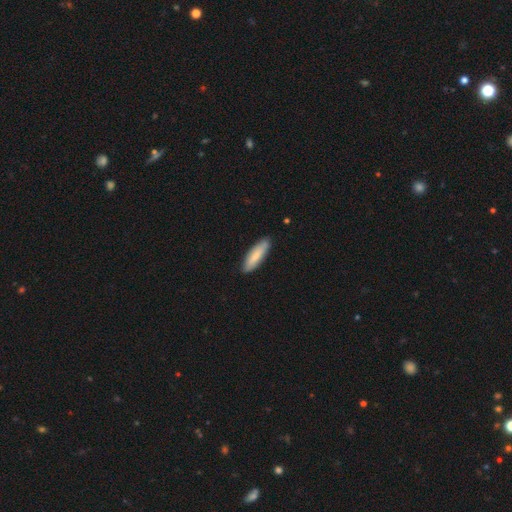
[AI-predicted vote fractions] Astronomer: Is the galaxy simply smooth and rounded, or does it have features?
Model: smooth — 80%.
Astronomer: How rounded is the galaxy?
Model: cigar-shaped — 59% (runner-up: in between, 40%).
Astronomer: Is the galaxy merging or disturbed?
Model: none — 86%.